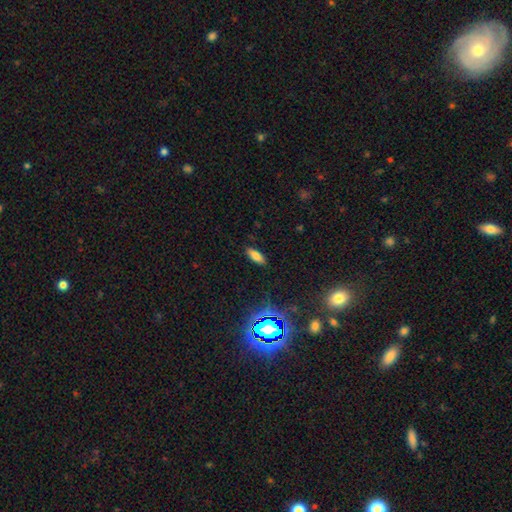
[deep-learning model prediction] The model was most divided on "how rounded": in between: 74%, cigar-shaped: 23%, round: 3%. More confident: merging — none (88%); smooth or featured — smooth (74%).